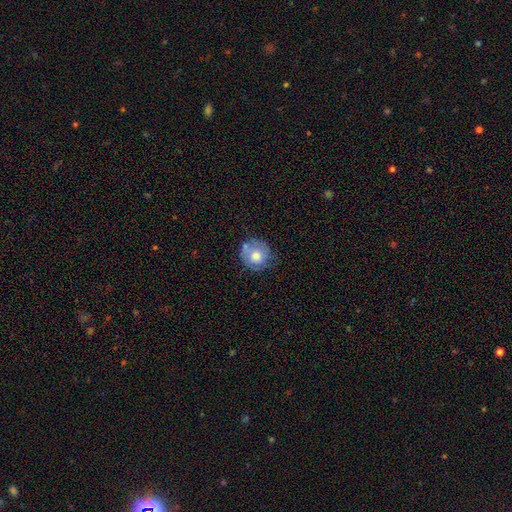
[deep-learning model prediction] A smooth galaxy with no disk features (69%) that is round (87%).

Vote fractions:
- Smooth or featured? smooth: 69% / featured or disk: 23% / star or artifact: 8%
- How rounded? round: 87% / in between: 12% / cigar-shaped: 1%
- Merging? none: 58% / minor disturbance: 25% / major disturbance: 8% / merger: 8%